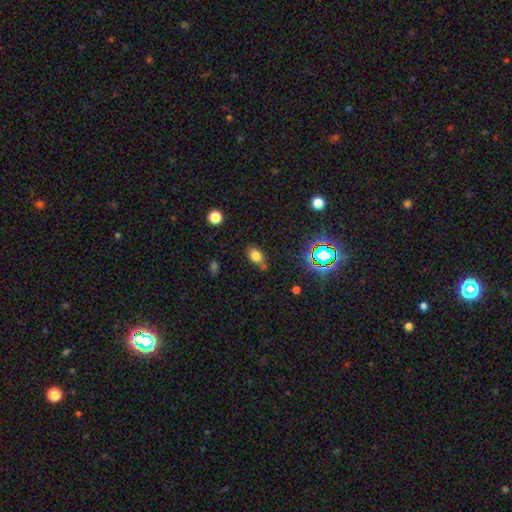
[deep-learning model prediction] smooth 74%, star or artifact 17%, featured or disk 9%. Down the decision tree: how rounded — in between (75%); merging — none (61%).